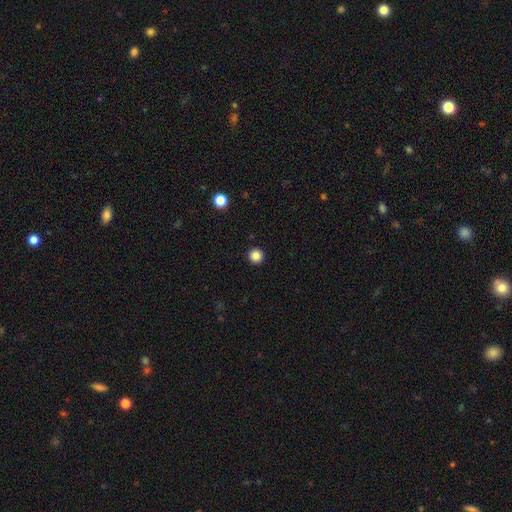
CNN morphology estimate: type=smooth (85%); roundness=round (96%); merging=none (94%).